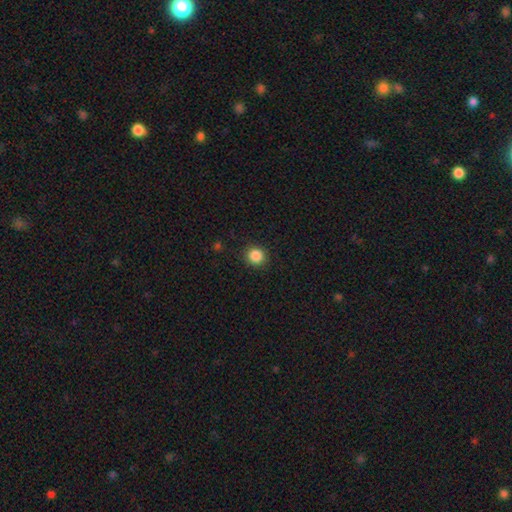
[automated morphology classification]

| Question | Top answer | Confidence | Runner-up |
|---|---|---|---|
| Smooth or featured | smooth | 86% | star or artifact (11%) |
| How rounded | round | 92% | in between (7%) |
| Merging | none | 91% | minor disturbance (6%) |